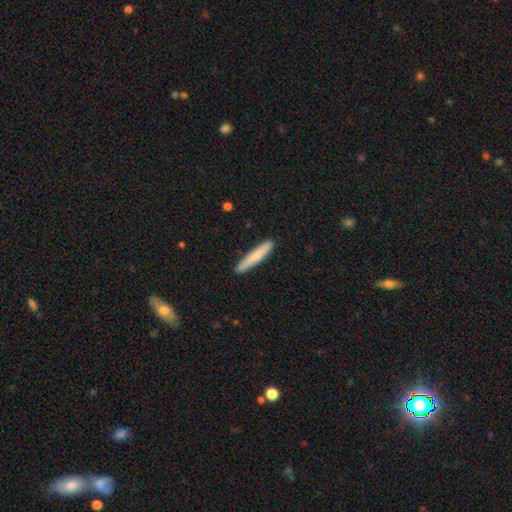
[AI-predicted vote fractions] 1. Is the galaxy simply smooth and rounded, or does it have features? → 74% smooth, 21% featured or disk, 5% star or artifact.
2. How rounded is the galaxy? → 94% cigar-shaped, 5% in between, 1% round.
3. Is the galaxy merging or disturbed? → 89% none, 9% minor disturbance, 1% major disturbance, 1% merger.